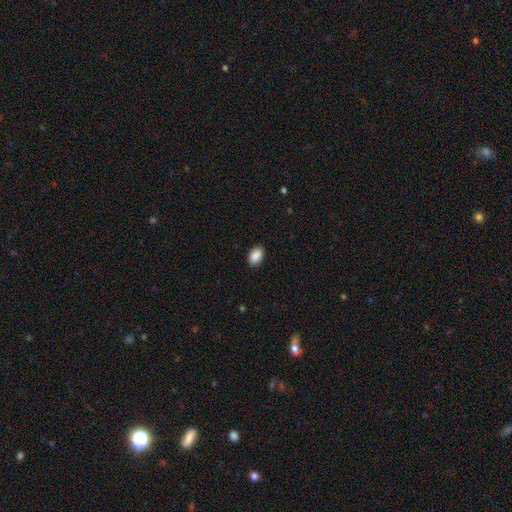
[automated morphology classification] smooth 90%, star or artifact 7%, featured or disk 3%. Down the decision tree: how rounded — in between (91%); merging — none (89%).